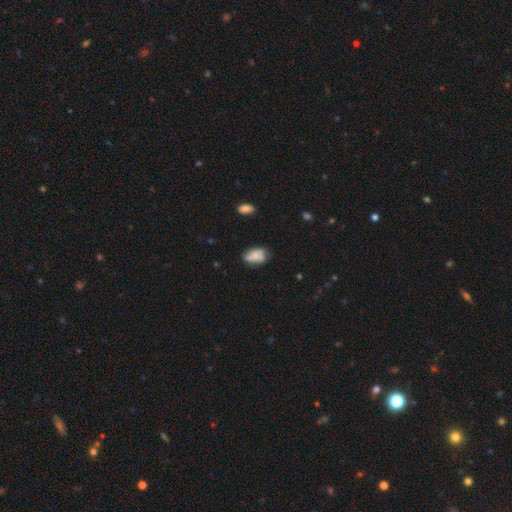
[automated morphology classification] Smooth or featured? Predicted: smooth (p=0.64). How rounded? Predicted: in between (p=0.89). Merging? Predicted: none (p=0.53).